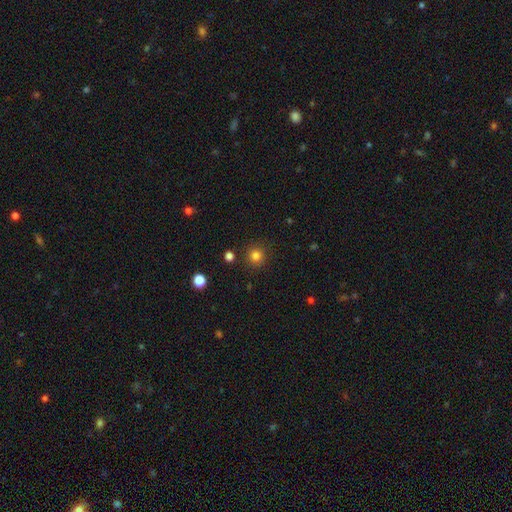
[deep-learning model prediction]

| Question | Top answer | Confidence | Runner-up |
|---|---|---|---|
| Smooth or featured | smooth | 81% | star or artifact (14%) |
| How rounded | round | 94% | in between (5%) |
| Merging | none | 89% | minor disturbance (6%) |